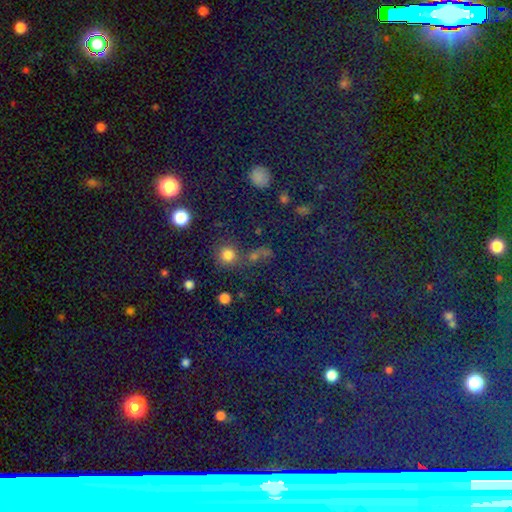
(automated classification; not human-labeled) Morphology: type=smooth (59%); roundness=round (87%); merging=none (68%).